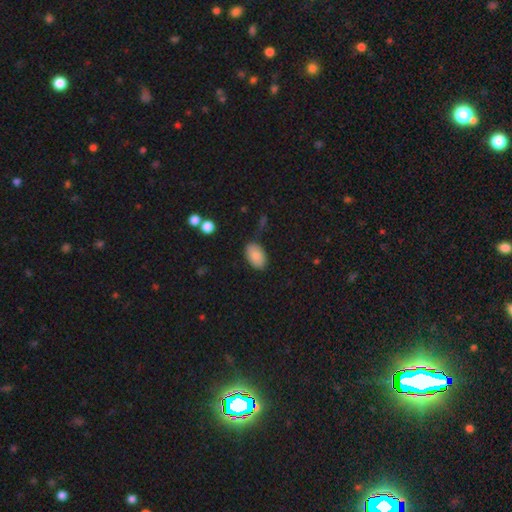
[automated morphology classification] Smooth or featured? smooth (85%)
How rounded? in between (92%)
Merging? none (82%)